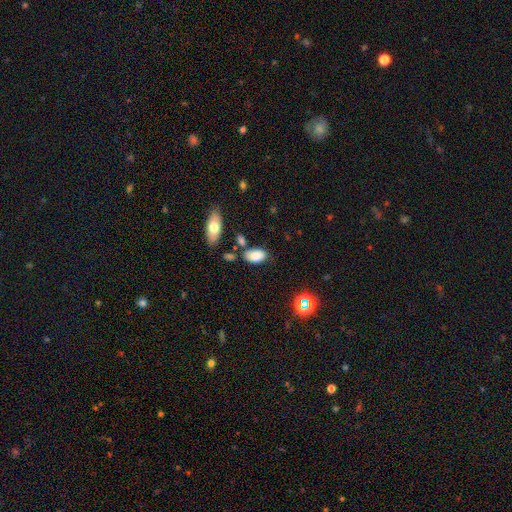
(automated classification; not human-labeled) Smooth or featured? smooth (83%)
How rounded? in between (93%)
Merging? none (70%)